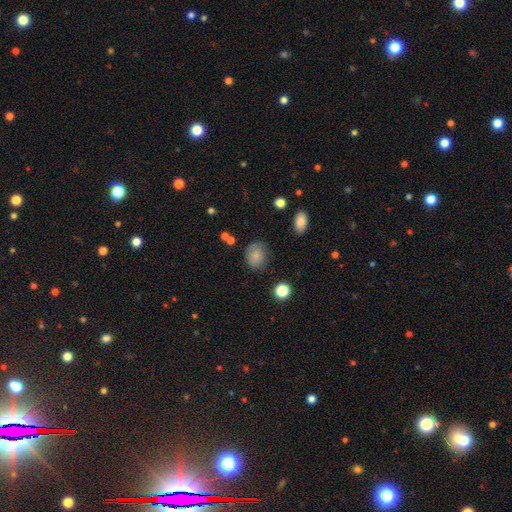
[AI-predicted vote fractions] smooth-or-featured: smooth: 80% | star or artifact: 10% | featured or disk: 10%
  how-rounded: round: 50% | in between: 49% | cigar-shaped: 1%
  merging: none: 71% | minor disturbance: 20% | major disturbance: 6% | merger: 2%